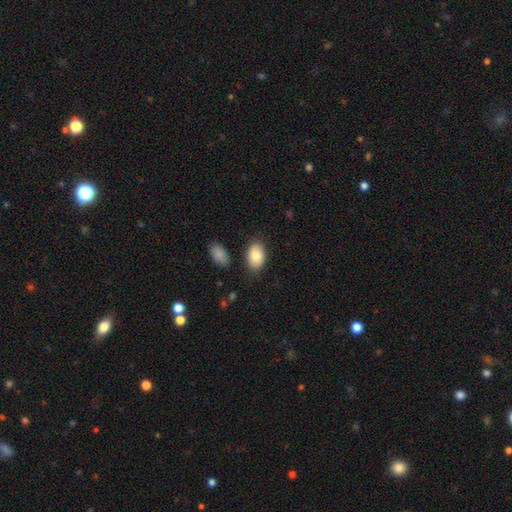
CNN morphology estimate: Smooth or featured? smooth (82%)
How rounded? in between (90%)
Merging? none (82%)